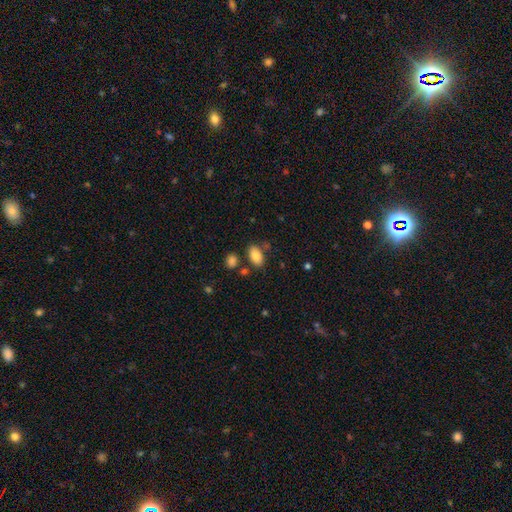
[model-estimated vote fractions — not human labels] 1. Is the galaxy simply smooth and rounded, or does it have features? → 84% smooth, 8% featured or disk, 8% star or artifact.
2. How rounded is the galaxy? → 92% in between, 6% round, 2% cigar-shaped.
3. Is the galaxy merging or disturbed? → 75% none, 13% minor disturbance, 9% merger, 4% major disturbance.